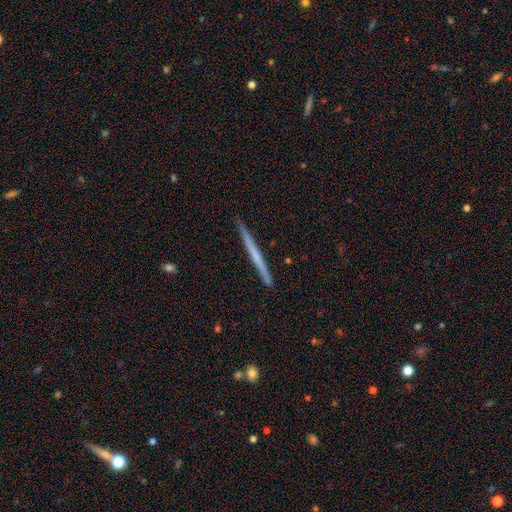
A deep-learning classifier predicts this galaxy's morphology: The model was most divided on "smooth or featured": featured or disk: 53%, smooth: 41%, star or artifact: 5%. More confident: edge-on disk — yes (98%); merging — none (92%); edge-on bulge — none (82%).